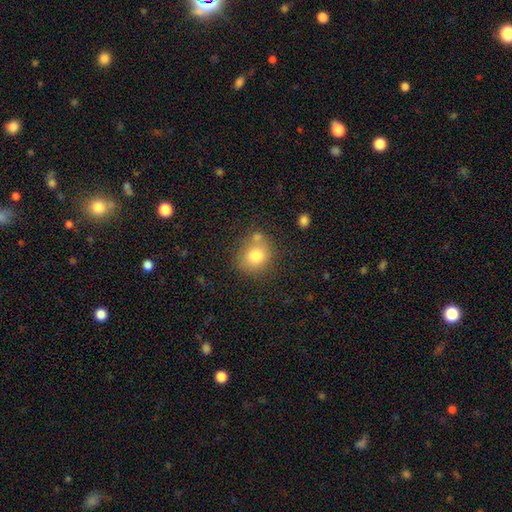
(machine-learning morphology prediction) Smooth or featured? smooth (79%)
How rounded? round (76%)
Merging? none (63%)